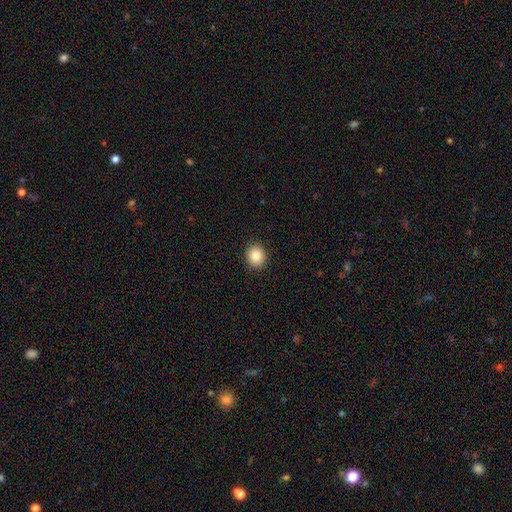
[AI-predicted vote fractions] Smooth or featured: smooth — 86% (star or artifact — 9%)
How rounded: round — 77% (in between — 22%)
Merging: none — 91% (minor disturbance — 7%)